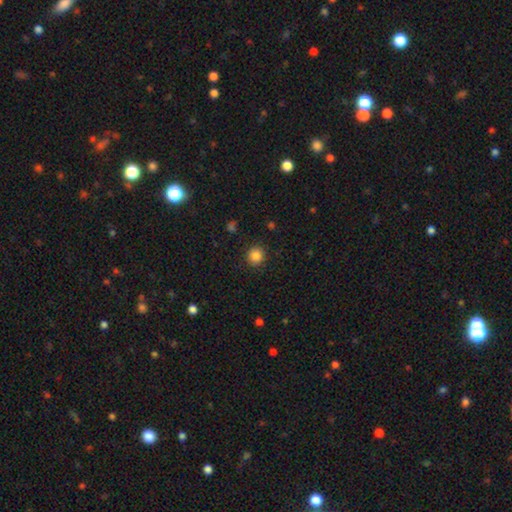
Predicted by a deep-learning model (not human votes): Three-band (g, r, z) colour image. It shows a smooth galaxy with no disk features (85%) that is round (89%). Merging: none (90%).